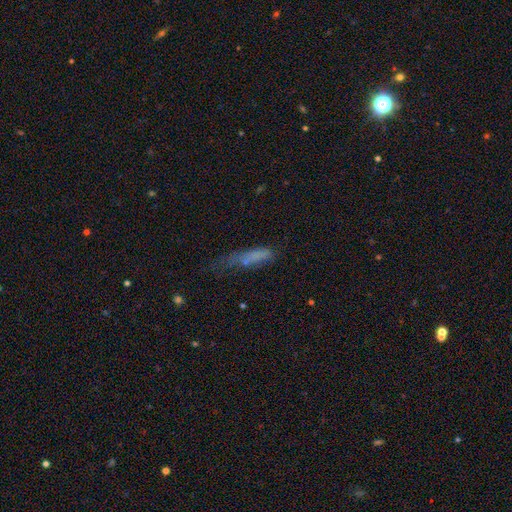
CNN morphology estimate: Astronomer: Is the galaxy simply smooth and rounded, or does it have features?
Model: smooth — 68%.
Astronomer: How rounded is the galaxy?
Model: cigar-shaped — 74%.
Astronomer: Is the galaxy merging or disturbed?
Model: none — 35% (runner-up: minor disturbance, 30%).